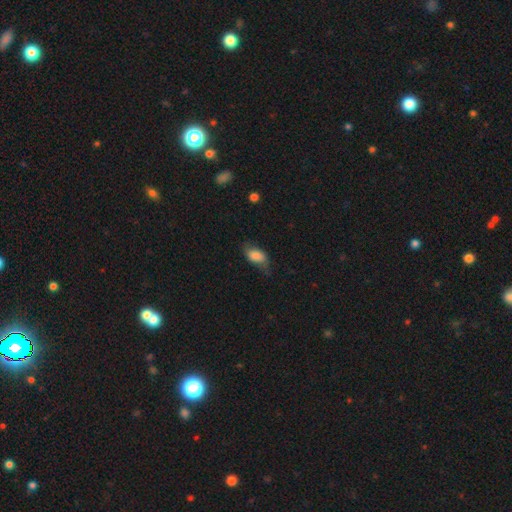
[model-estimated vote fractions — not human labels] Q: Smooth or featured?
A: smooth (73%); runner-up: featured or disk (19%)
Q: How rounded?
A: in between (88%); runner-up: round (8%)
Q: Merging?
A: none (51%); runner-up: minor disturbance (31%)